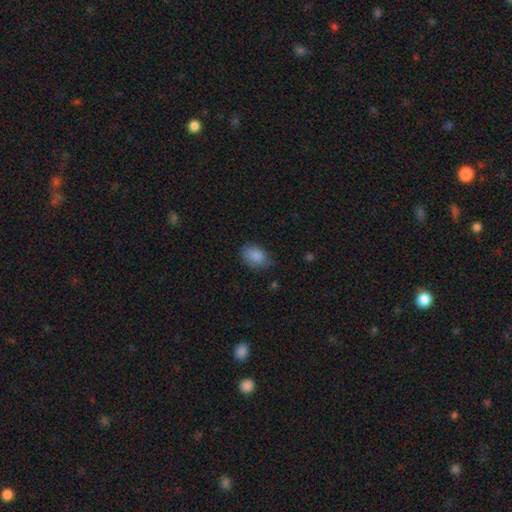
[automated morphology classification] smooth_or_featured: smooth (p=0.87) [alt: star or artifact p=0.07]
how_rounded: in between (p=0.83) [alt: round p=0.16]
merging: none (p=0.69) [alt: minor disturbance p=0.24]